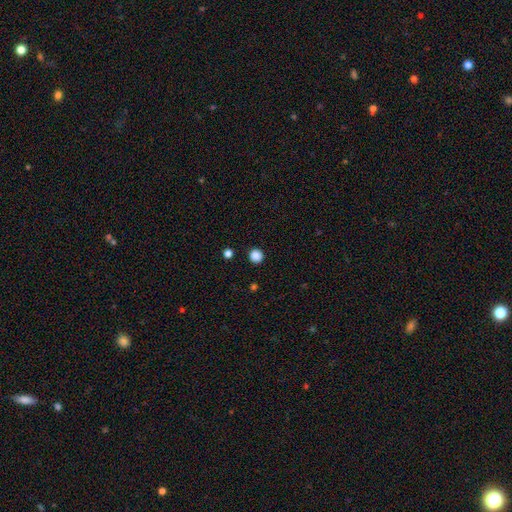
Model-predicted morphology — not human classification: smooth-or-featured: smooth: 86% | star or artifact: 11% | featured or disk: 3%
  how-rounded: round: 95% | in between: 4% | cigar-shaped: 1%
  merging: none: 92% | minor disturbance: 5% | major disturbance: 2% | merger: 2%